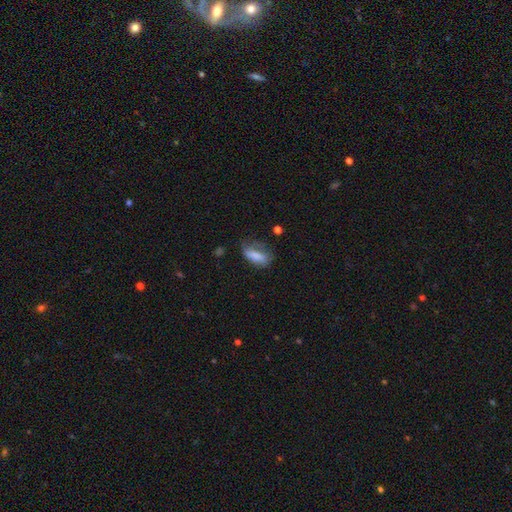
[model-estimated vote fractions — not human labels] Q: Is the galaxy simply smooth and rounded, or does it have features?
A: smooth — 74%.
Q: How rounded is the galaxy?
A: in between — 75%.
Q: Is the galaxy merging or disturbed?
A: none — 38%.